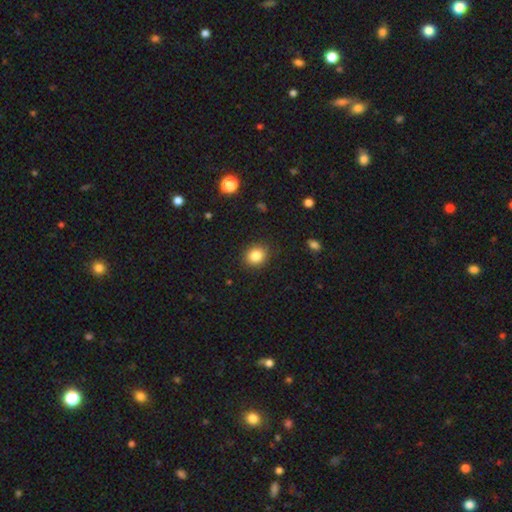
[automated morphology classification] smooth-or-featured: smooth: 84% | star or artifact: 11% | featured or disk: 5%
  how-rounded: round: 67% | in between: 32% | cigar-shaped: 1%
  merging: none: 88% | minor disturbance: 9% | major disturbance: 2% | merger: 1%